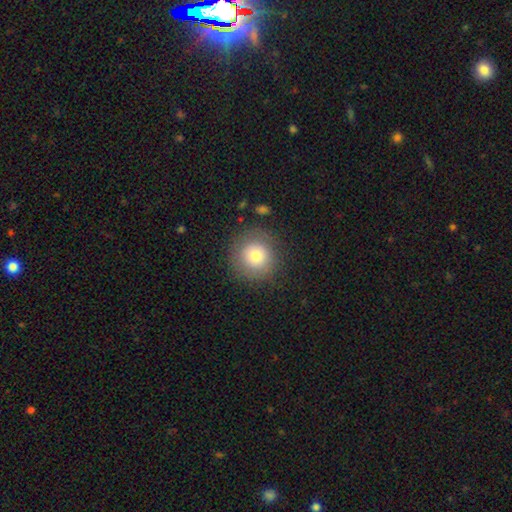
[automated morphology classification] Smooth or featured?
  - smooth: 76% *
  - featured or disk: 14%
  - star or artifact: 10%
How rounded?
  - round: 95% *
  - in between: 4%
  - cigar-shaped: 1%
Merging?
  - none: 86% *
  - minor disturbance: 9%
  - major disturbance: 4%
  - merger: 1%